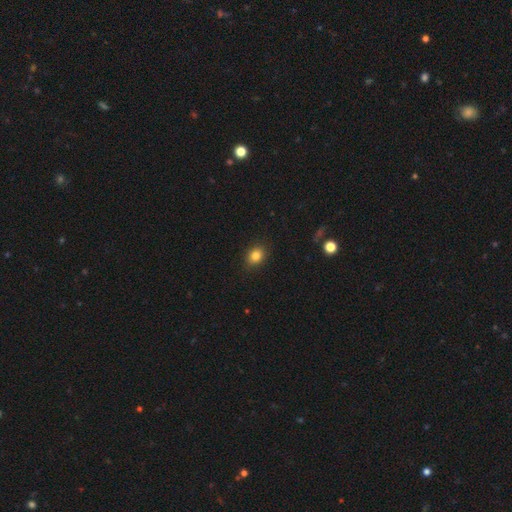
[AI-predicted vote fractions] smooth-or-featured: smooth: 83% | star or artifact: 11% | featured or disk: 6%
  how-rounded: in between: 56% | round: 43% | cigar-shaped: 1%
  merging: none: 88% | minor disturbance: 9% | major disturbance: 2% | merger: 1%